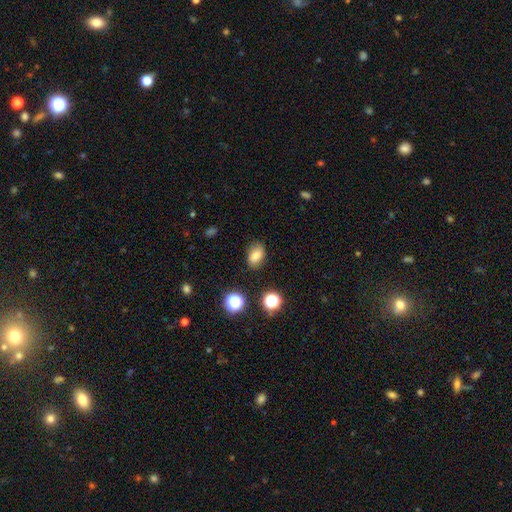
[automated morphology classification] smooth-or-featured: smooth: 79% | star or artifact: 12% | featured or disk: 8%
  how-rounded: in between: 83% | round: 15% | cigar-shaped: 2%
  merging: none: 83% | minor disturbance: 12% | major disturbance: 3% | merger: 2%